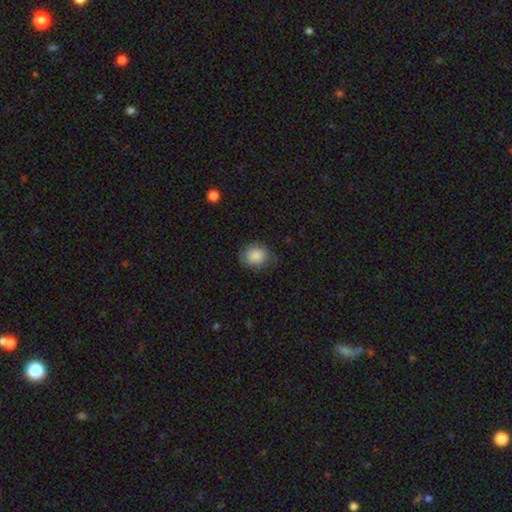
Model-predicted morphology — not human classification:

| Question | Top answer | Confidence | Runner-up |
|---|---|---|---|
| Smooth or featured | smooth | 86% | star or artifact (8%) |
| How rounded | round | 61% | in between (38%) |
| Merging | none | 67% | minor disturbance (24%) |